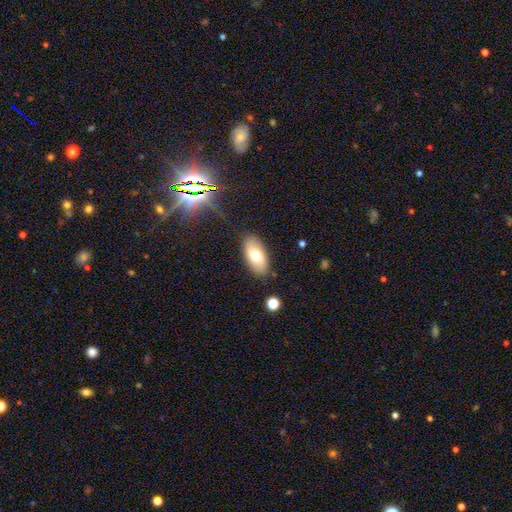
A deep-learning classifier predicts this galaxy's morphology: smooth_or_featured: smooth (p=0.70) [alt: featured or disk p=0.22]
how_rounded: in between (p=0.93) [alt: cigar-shaped p=0.04]
merging: none (p=0.85) [alt: minor disturbance p=0.10]